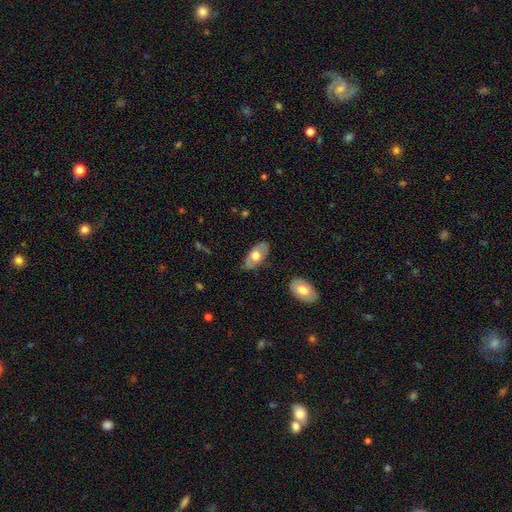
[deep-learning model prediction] Smooth or featured?
  - smooth: 58% *
  - featured or disk: 37%
  - star or artifact: 5%
How rounded?
  - in between: 92% *
  - cigar-shaped: 4%
  - round: 3%
Merging?
  - none: 80% *
  - minor disturbance: 15%
  - major disturbance: 3%
  - merger: 2%